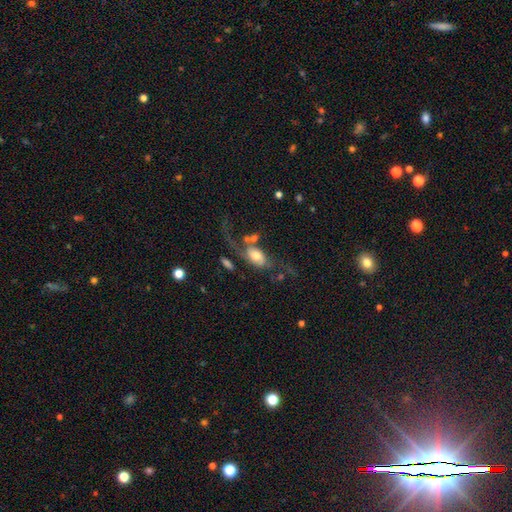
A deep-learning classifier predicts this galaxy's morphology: smooth-or-featured: smooth: 49% | featured or disk: 43% | star or artifact: 8%
  merging: major disturbance: 38% | merger: 25% | none: 25% | minor disturbance: 13%